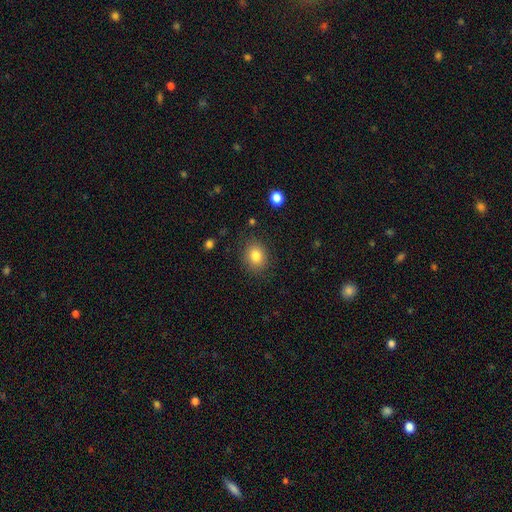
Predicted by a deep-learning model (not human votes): Smooth or featured: smooth — 83% (star or artifact — 10%)
How rounded: round — 54% (in between — 45%)
Merging: none — 85% (minor disturbance — 11%)